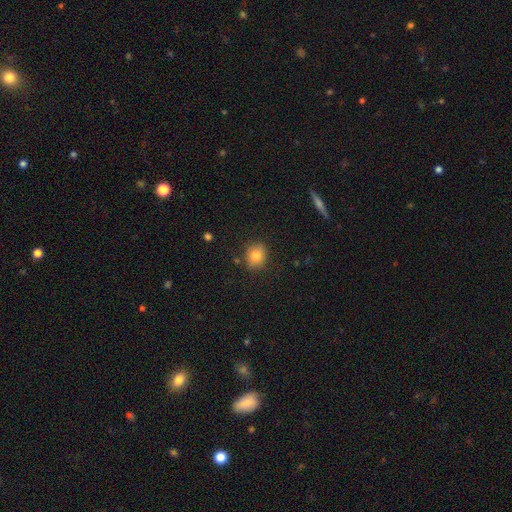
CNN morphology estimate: smooth-or-featured: smooth: 79% | star or artifact: 11% | featured or disk: 10%
  how-rounded: round: 73% | in between: 26% | cigar-shaped: 1%
  merging: none: 82% | minor disturbance: 13% | major disturbance: 3% | merger: 2%